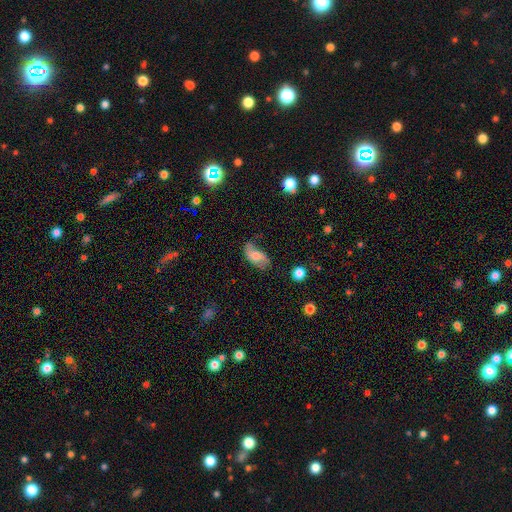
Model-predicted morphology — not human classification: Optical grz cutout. It shows a smooth galaxy with no disk features (50%) that is in between round and cigar-shaped (90%). Merging: none (46%).